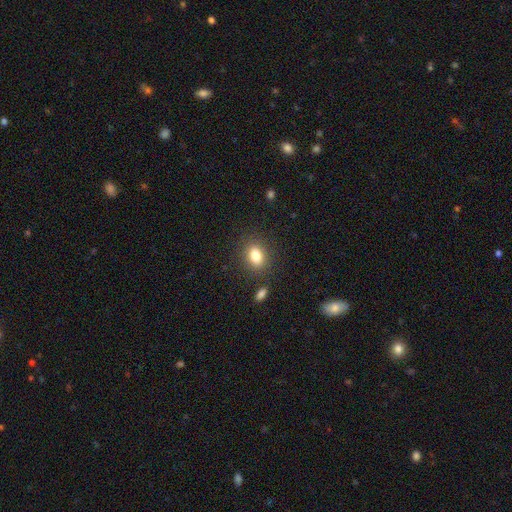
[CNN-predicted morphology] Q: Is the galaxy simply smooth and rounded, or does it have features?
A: smooth — 83%.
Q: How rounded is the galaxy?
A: in between — 75%.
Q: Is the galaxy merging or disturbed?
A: none — 84%.